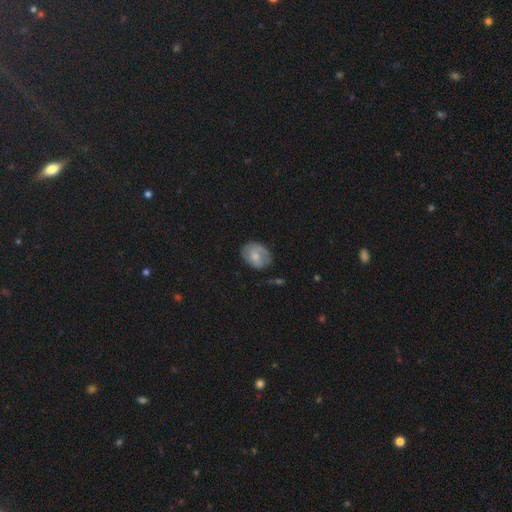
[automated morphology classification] A smooth galaxy with no disk features (56%) that is in between round and cigar-shaped (68%). Merging: none (65%).